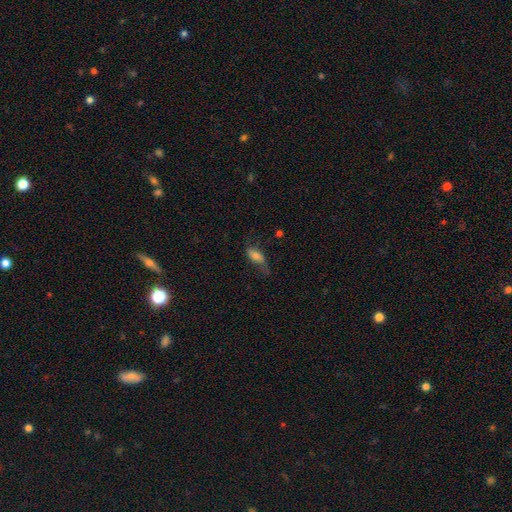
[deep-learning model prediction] Overall: smooth (65%). How rounded: in between (78%). Merging: none (46%; minor disturbance 31%).